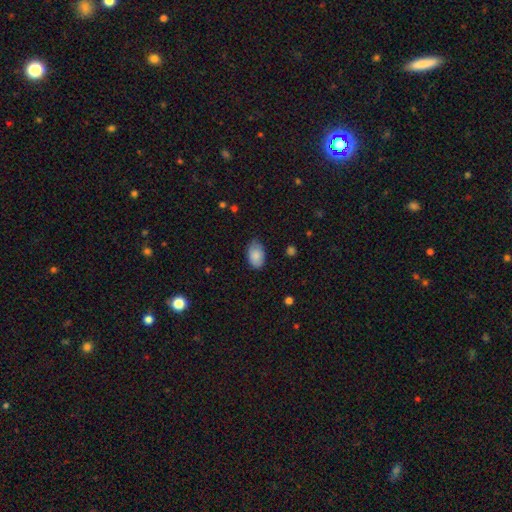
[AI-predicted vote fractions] Overall: smooth (85%). How rounded: in between (90%). Merging: none (70%).